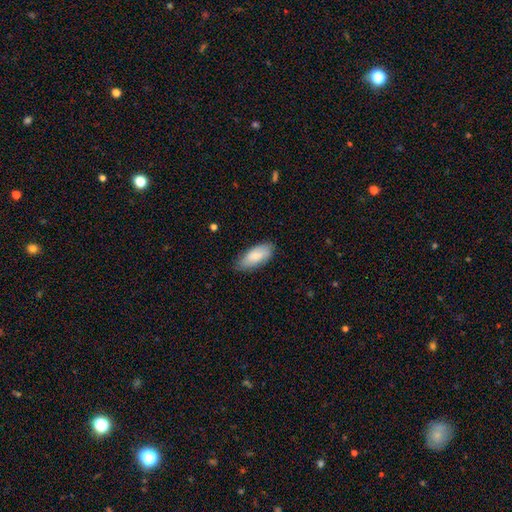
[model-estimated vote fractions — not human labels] Overall: smooth (83%). How rounded: in between (86%). Merging: none (79%).